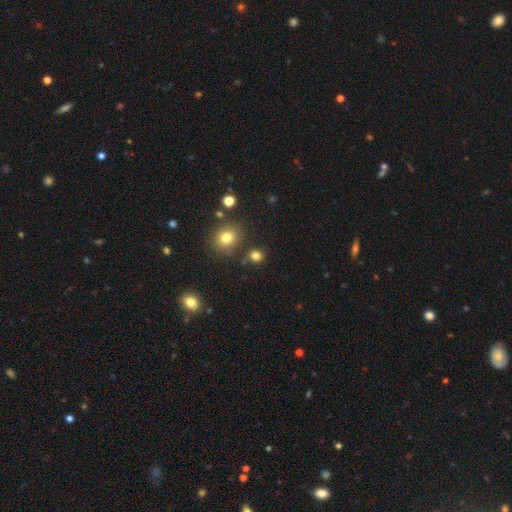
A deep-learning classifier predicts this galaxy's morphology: The model was most divided on "smooth or featured": smooth: 79%, star or artifact: 16%, featured or disk: 5%. More confident: how rounded — round (86%); merging — none (82%).